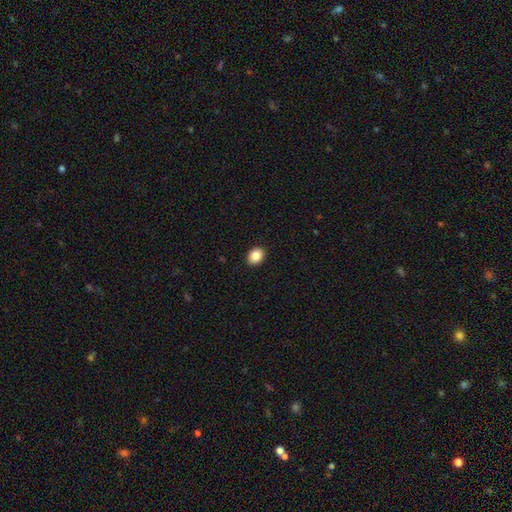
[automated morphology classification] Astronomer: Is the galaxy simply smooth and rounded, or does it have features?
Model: smooth — 87%.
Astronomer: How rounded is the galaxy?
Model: in between — 59% (runner-up: round, 40%).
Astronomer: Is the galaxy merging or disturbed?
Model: none — 92%.